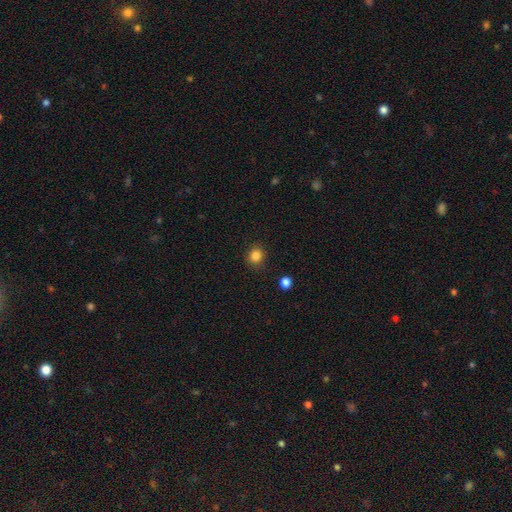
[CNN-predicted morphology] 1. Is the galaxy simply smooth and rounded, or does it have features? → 84% smooth, 12% star or artifact, 4% featured or disk.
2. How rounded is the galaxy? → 85% round, 14% in between, 1% cigar-shaped.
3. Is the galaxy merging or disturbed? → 89% none, 7% minor disturbance, 2% major disturbance, 2% merger.